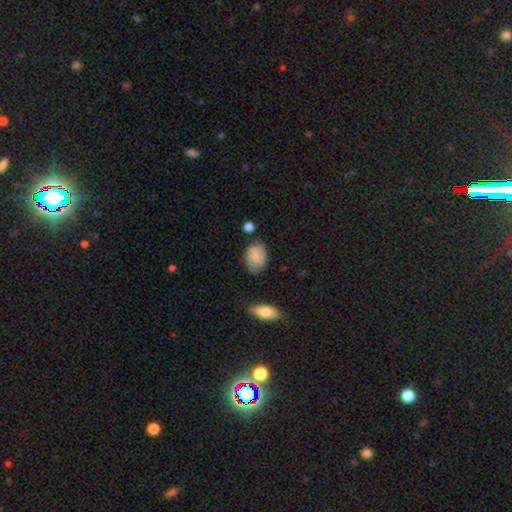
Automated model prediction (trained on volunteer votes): smooth_or_featured: smooth (p=0.72) [alt: featured or disk p=0.20]
how_rounded: in between (p=0.79) [alt: round p=0.20]
merging: none (p=0.59) [alt: minor disturbance p=0.29]